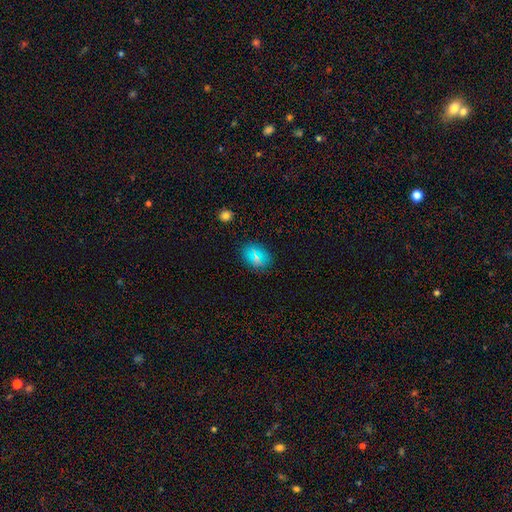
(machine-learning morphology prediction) This appears to be a smooth galaxy with no disk features (69%) that is in between round and cigar-shaped (66%). Merging: none (87%).